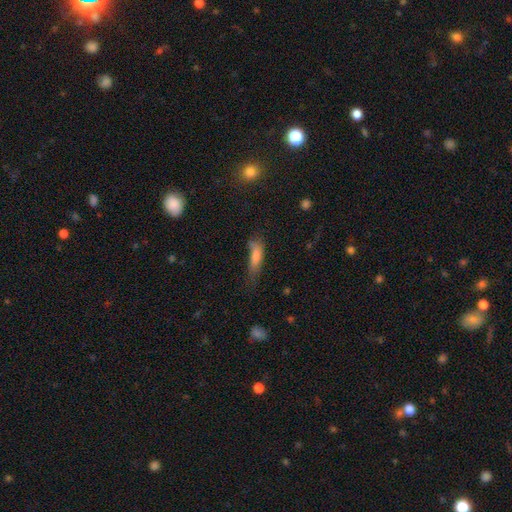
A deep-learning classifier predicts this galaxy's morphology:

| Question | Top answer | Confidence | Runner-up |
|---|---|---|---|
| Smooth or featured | smooth | 71% | featured or disk (18%) |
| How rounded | cigar-shaped | 53% | in between (44%) |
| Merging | none | 38% | minor disturbance (32%) |